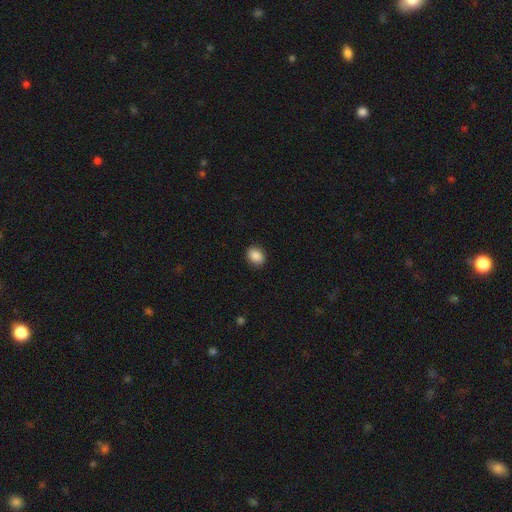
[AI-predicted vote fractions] Overall: smooth (88%). How rounded: in between (61%; round 38%). Merging: none (88%).